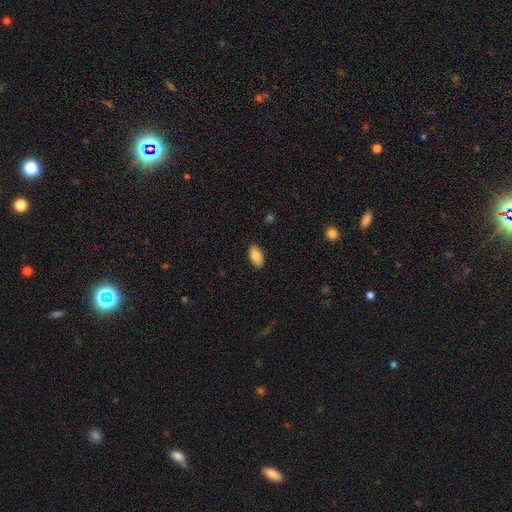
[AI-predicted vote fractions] The model was most divided on "smooth or featured": smooth: 84%, featured or disk: 9%, star or artifact: 7%. More confident: how rounded — in between (93%); merging — none (88%).